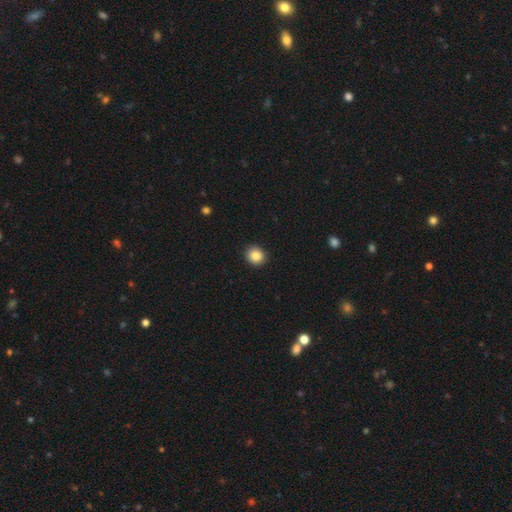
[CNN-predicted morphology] type=smooth (86%); roundness=round (82%); merging=none (91%).